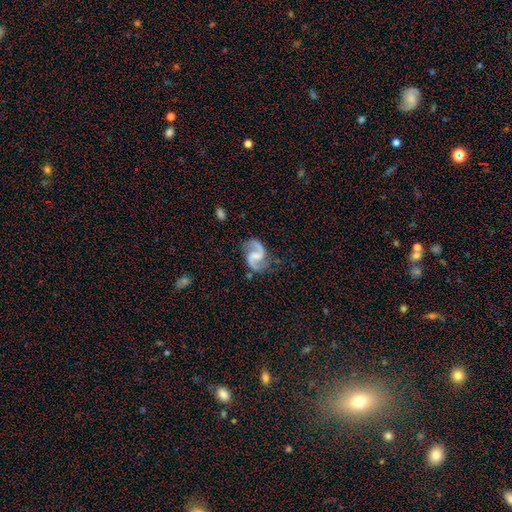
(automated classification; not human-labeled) Q: Smooth or featured?
A: featured or disk (92%); runner-up: star or artifact (4%)
Q: Edge-on disk?
A: no (98%); runner-up: yes (2%)
Q: Bar?
A: weak (51%); runner-up: no (31%)
Q: Spiral arms?
A: yes (98%); runner-up: no (2%)
Q: Spiral winding?
A: medium (49%); runner-up: loose (42%)
Q: Spiral arm count?
A: 2 (94%); runner-up: 1 (2%)
Q: Bulge size?
A: small (36%); tied with: none (36%)
Q: Merging?
A: none (77%); runner-up: minor disturbance (15%)